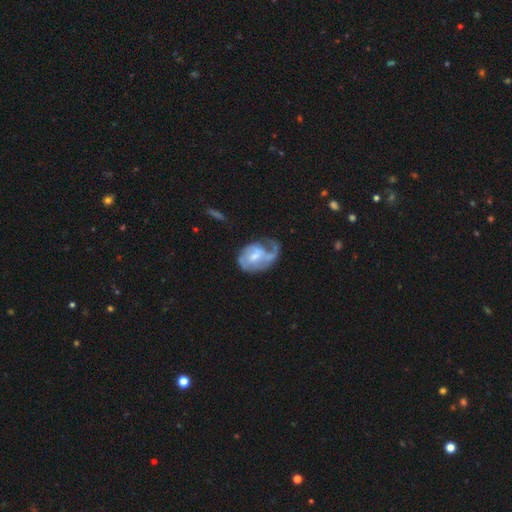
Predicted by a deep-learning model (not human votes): Overall: featured or disk (73%). Edge-on disk: no (98%). Bar: weak (49%; no 40%). Spiral arms: yes (84%). Spiral arm count: 1 (49%; 2 28%). Spiral winding: medium (40%; loose 34%). Bulge size: moderate (45%; small 40%). Merging: major disturbance (39%; none 32%).